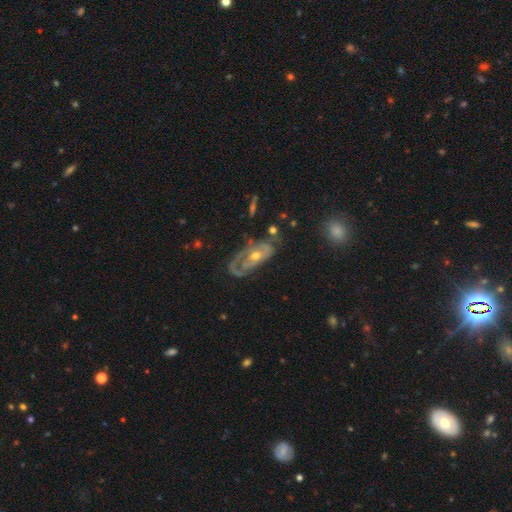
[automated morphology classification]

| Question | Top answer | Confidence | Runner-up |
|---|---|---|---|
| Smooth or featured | featured or disk | 77% | smooth (16%) |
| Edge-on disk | no | 92% | yes (8%) |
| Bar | no | 71% | weak (22%) |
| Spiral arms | yes | 72% | no (28%) |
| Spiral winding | tight | 51% | medium (33%) |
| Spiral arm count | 1 | 33% | can't tell (31%) |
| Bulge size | moderate | 59% | small (36%) |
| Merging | none | 47% | major disturbance (24%) |